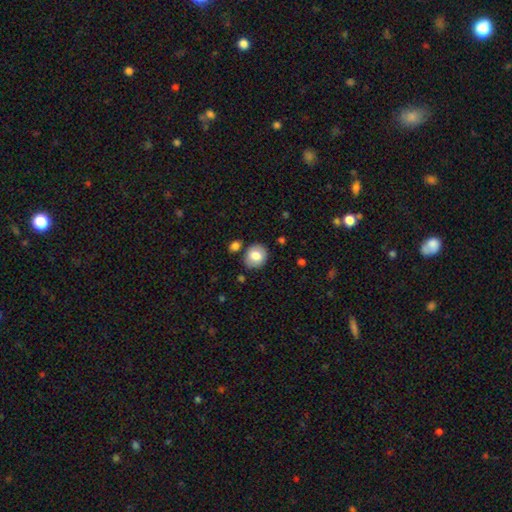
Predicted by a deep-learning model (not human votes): This is likely a smooth galaxy (80%). How rounded: likely round (70%). Merging: likely none (80%).